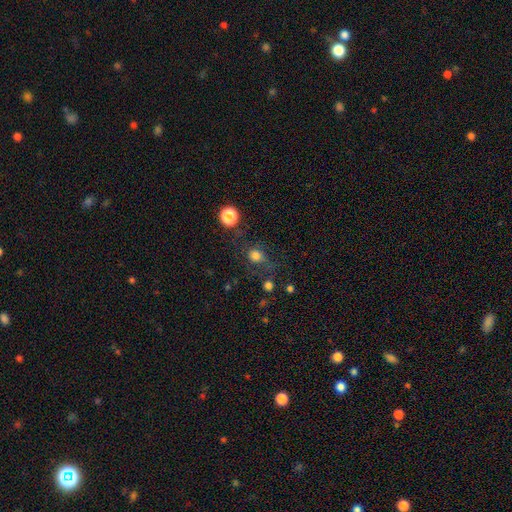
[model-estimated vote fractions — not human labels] Smooth or featured?
  - smooth: 76% *
  - star or artifact: 16%
  - featured or disk: 8%
How rounded?
  - round: 78% *
  - in between: 21%
  - cigar-shaped: 1%
Merging?
  - none: 62% *
  - minor disturbance: 18%
  - major disturbance: 15%
  - merger: 5%